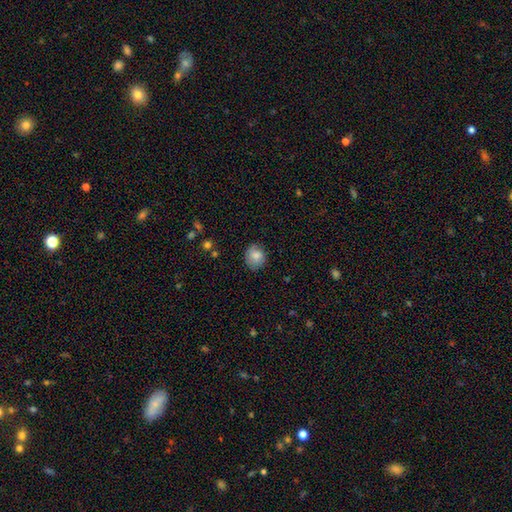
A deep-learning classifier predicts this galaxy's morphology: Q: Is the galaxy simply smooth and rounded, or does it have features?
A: smooth — 81%.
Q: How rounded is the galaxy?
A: round — 70%.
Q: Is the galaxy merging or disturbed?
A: none — 75%.